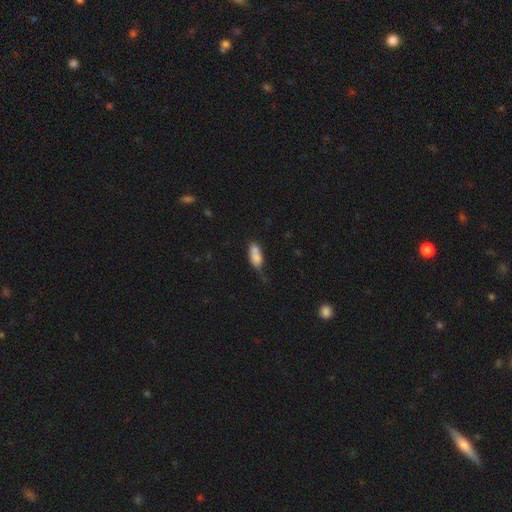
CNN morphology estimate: smooth-or-featured: smooth: 74% | featured or disk: 17% | star or artifact: 9%
  how-rounded: in between: 80% | cigar-shaped: 14% | round: 5%
  merging: merger: 34% | none: 28% | minor disturbance: 24% | major disturbance: 14%